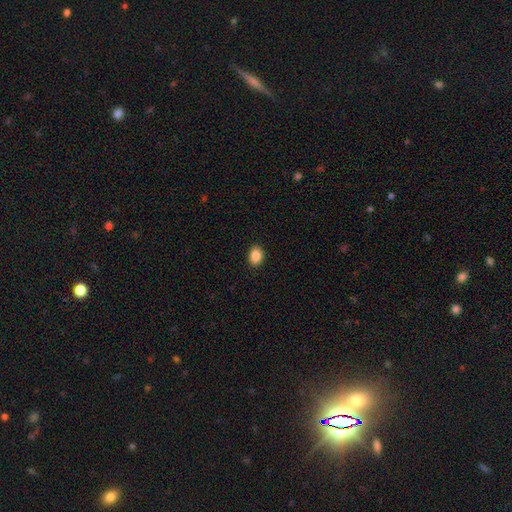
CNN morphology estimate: smooth 88%, star or artifact 9%, featured or disk 4%. Down the decision tree: how rounded — in between (65%); merging — none (90%).